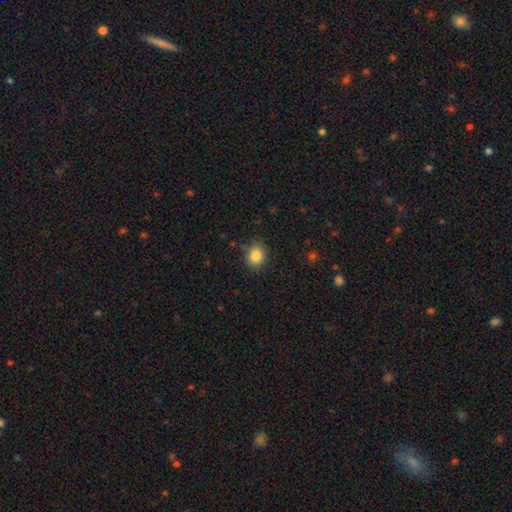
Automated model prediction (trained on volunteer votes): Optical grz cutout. It shows a smooth galaxy with no disk features (85%) that is round (65%). Merging: none (85%).